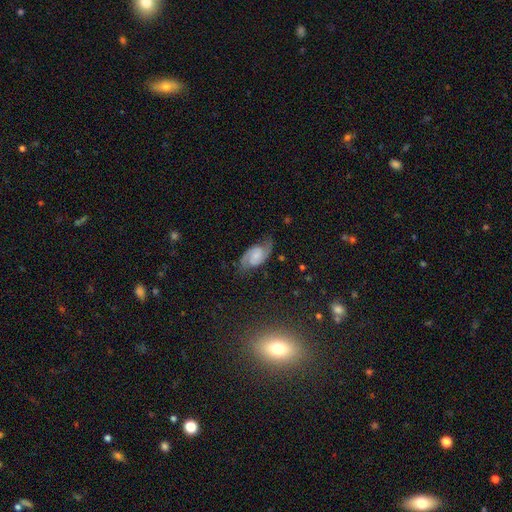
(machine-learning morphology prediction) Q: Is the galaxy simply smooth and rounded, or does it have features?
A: featured or disk — 78%.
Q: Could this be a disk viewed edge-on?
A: no — 97%.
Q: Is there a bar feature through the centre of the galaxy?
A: no — 51%.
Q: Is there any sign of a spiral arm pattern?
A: yes — 97%.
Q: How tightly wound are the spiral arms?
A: medium — 52%.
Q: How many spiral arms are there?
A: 2 — 91%.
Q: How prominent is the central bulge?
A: small — 41%.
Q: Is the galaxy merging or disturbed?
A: none — 72%.